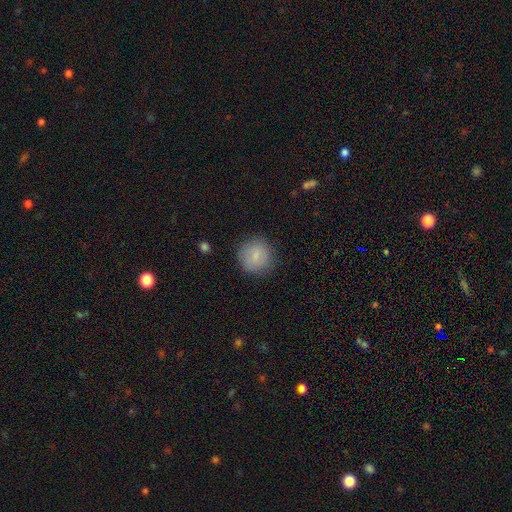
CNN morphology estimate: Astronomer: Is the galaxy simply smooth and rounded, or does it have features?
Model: smooth — 80%.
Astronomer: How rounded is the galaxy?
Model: round — 91%.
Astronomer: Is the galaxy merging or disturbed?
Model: none — 84%.